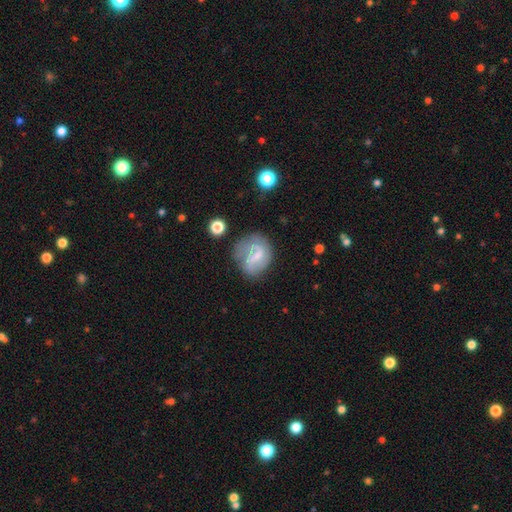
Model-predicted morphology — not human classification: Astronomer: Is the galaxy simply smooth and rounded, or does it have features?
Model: featured or disk — 59%.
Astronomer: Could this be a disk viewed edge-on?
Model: no — 97%.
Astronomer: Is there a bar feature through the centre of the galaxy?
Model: weak — 50% (runner-up: no, 26%).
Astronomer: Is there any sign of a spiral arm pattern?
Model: yes — 70%.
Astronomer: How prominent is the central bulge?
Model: small — 44% (runner-up: none, 33%).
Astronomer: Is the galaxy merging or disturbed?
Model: none — 50%.